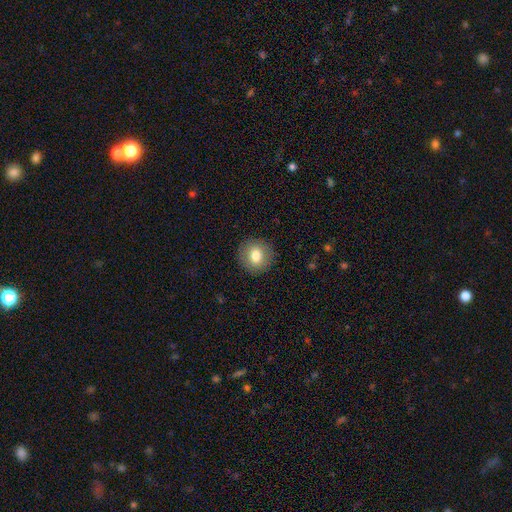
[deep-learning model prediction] A smooth galaxy with no disk features (78%) that is round (91%). Merging: none (90%).